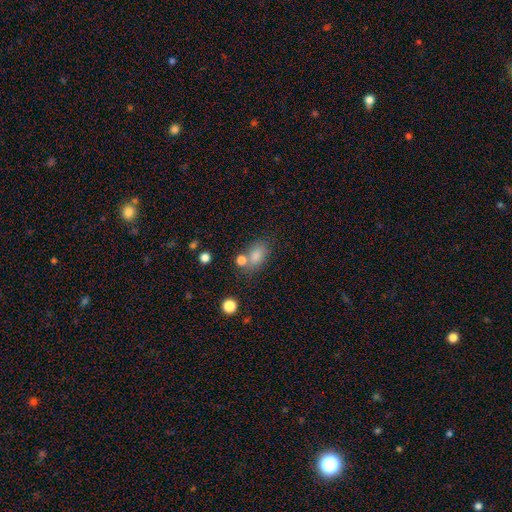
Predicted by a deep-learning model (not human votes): smooth-or-featured: smooth: 77% | star or artifact: 14% | featured or disk: 9%
  how-rounded: in between: 74% | round: 24% | cigar-shaped: 2%
  merging: none: 61% | merger: 20% | minor disturbance: 14% | major disturbance: 5%